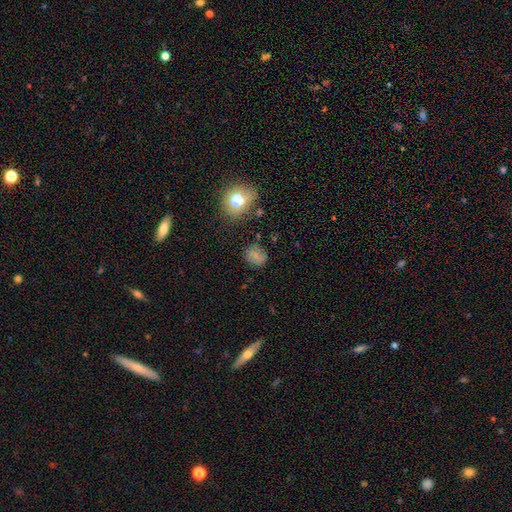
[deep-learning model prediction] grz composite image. It shows a smooth galaxy with no disk features (64%) that is round (72%). Merging: none (79%).